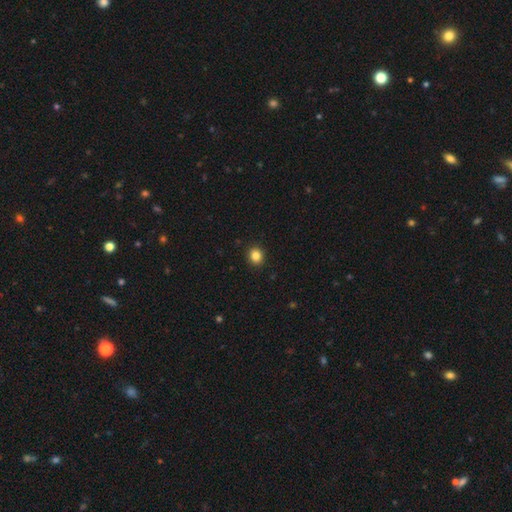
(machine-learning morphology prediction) Smooth or featured?
  - smooth: 84% *
  - star or artifact: 11%
  - featured or disk: 5%
How rounded?
  - round: 81% *
  - in between: 18%
  - cigar-shaped: 1%
Merging?
  - none: 92% *
  - minor disturbance: 6%
  - major disturbance: 2%
  - merger: 1%